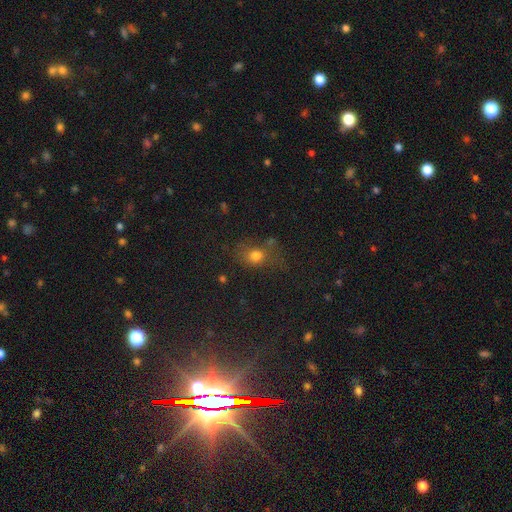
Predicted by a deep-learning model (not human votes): The model was most divided on "how rounded": round: 56%, in between: 42%, cigar-shaped: 2%. Remaining: smooth or featured — smooth (71%); merging — none (49%).